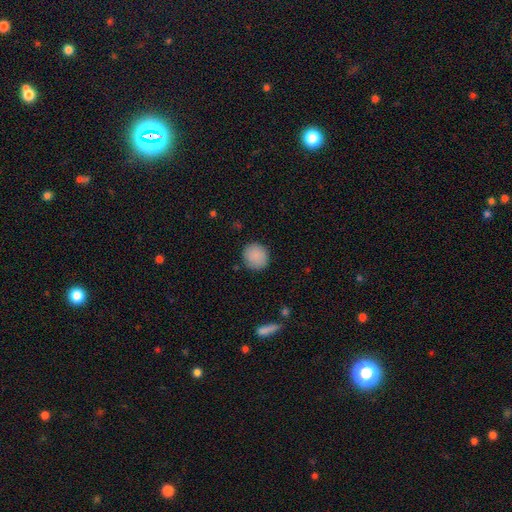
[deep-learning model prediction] smooth_or_featured: smooth (p=0.88) [alt: star or artifact p=0.08]
how_rounded: round (p=0.88) [alt: in between p=0.11]
merging: none (p=0.88) [alt: minor disturbance p=0.08]